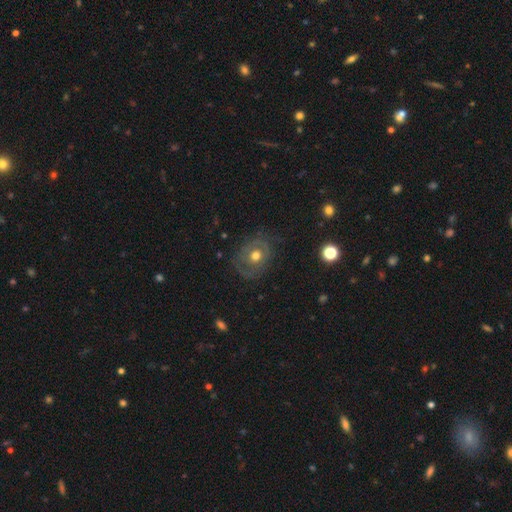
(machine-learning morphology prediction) The model was most divided on "smooth or featured": featured or disk: 54%, smooth: 36%, star or artifact: 10%. More confident: edge-on disk — no (95%); bar — no (84%); bulge size — moderate (76%); merging — none (69%); spiral arms — no (60%).